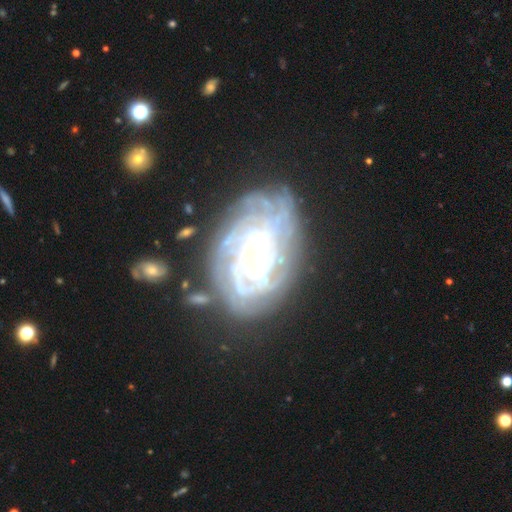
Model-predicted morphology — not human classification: type=featured or disk (87%); edge-on=no (97%); bar=weak (43%); spiral arms=yes (96%); winding=tight (79%); arm count=can't tell (31%); bulge=small (69%); merging=none (70%).